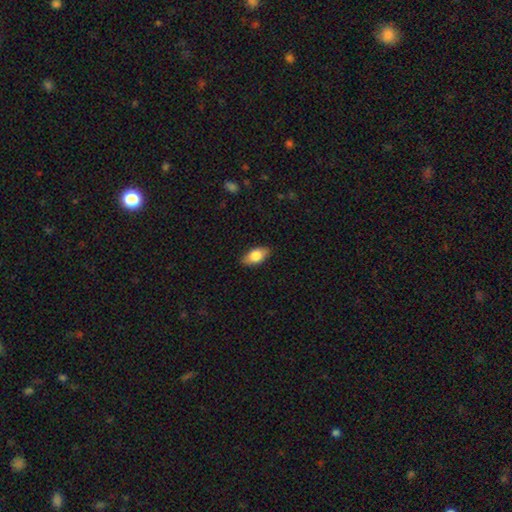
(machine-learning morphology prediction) This appears to be a smooth galaxy with no disk features (79%) that is in between round and cigar-shaped (90%). Merging: none (87%).